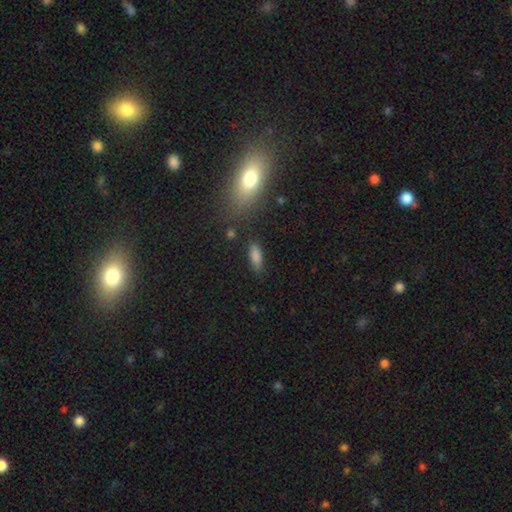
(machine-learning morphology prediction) This is clearly a smooth galaxy (82%). How rounded: likely in between (73%). Merging: likely none (78%).